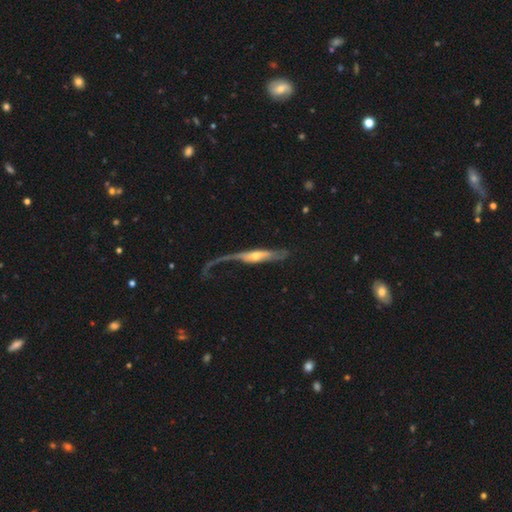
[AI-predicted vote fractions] A featured or disk galaxy (71%) viewed edge-on (55%). Merging: major disturbance (49%).